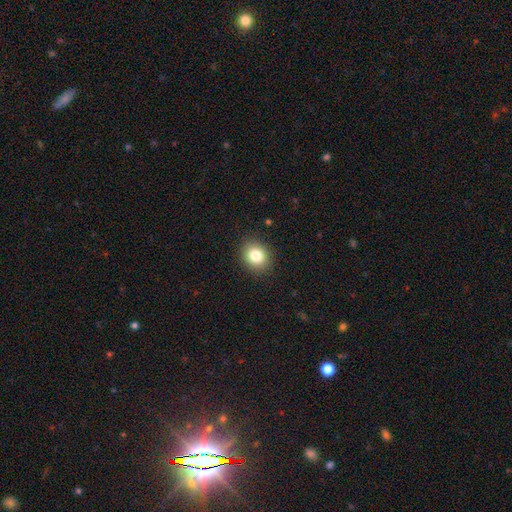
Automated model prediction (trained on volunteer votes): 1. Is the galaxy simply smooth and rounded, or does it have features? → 82% smooth, 10% star or artifact, 7% featured or disk.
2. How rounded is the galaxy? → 66% round, 33% in between, 1% cigar-shaped.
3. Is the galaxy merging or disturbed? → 89% none, 8% minor disturbance, 2% major disturbance, 1% merger.